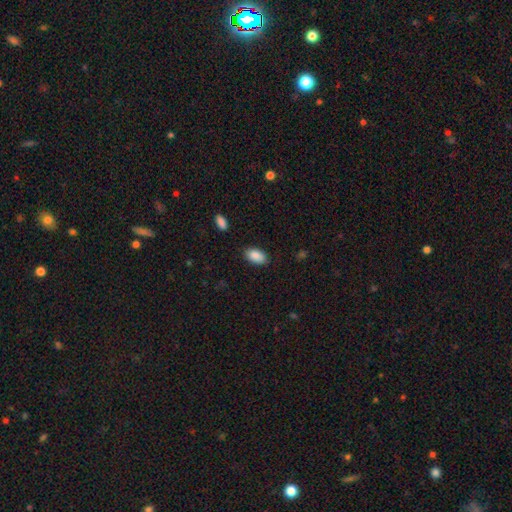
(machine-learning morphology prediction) type=smooth (90%); roundness=in between (94%); merging=none (86%).